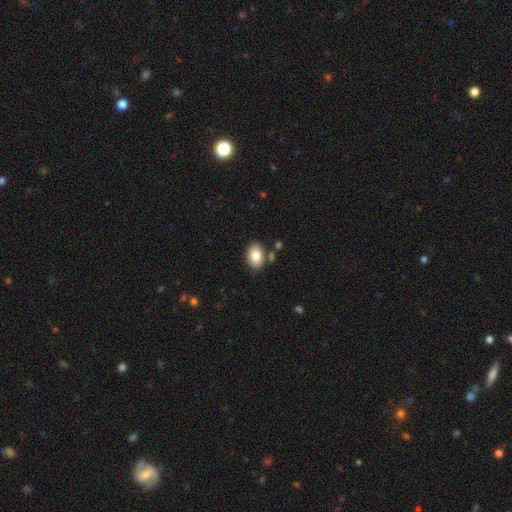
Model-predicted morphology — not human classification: The model was most divided on "how rounded": in between: 83%, round: 16%, cigar-shaped: 1%. More confident: smooth or featured — smooth (83%); merging — none (79%).